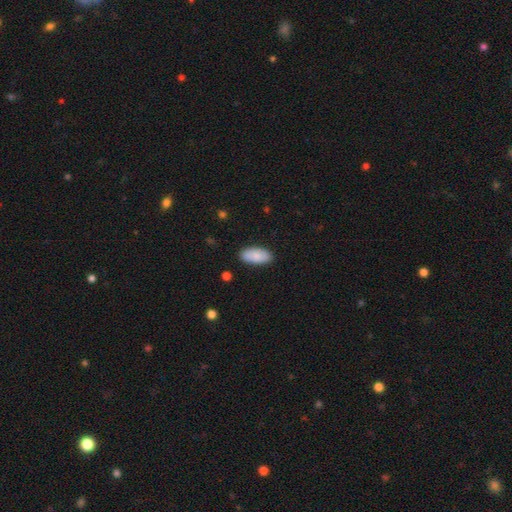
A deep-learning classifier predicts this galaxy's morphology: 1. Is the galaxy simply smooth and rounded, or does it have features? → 85% smooth, 9% featured or disk, 6% star or artifact.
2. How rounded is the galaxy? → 92% in between, 6% cigar-shaped, 2% round.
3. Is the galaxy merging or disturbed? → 87% none, 10% minor disturbance, 2% major disturbance, 1% merger.